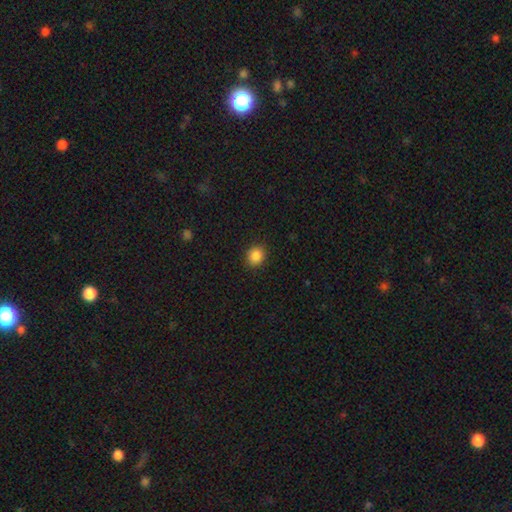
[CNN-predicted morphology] Smooth or featured?
  - smooth: 87% *
  - star or artifact: 10%
  - featured or disk: 3%
How rounded?
  - round: 80% *
  - in between: 19%
  - cigar-shaped: 1%
Merging?
  - none: 90% *
  - minor disturbance: 7%
  - major disturbance: 2%
  - merger: 1%